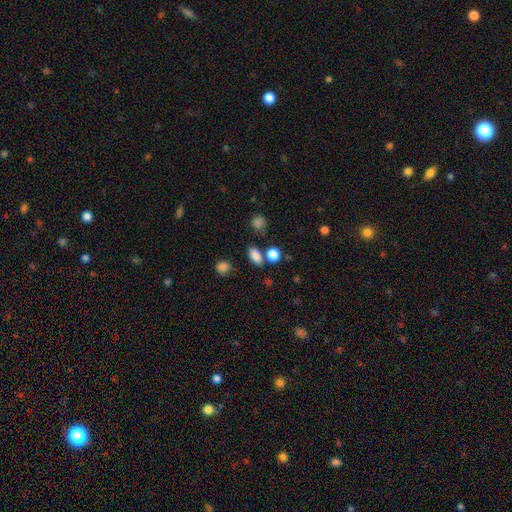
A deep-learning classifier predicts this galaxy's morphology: This appears to be a smooth galaxy with no disk features (83%) that is in between round and cigar-shaped (76%). Merging: none (74%).